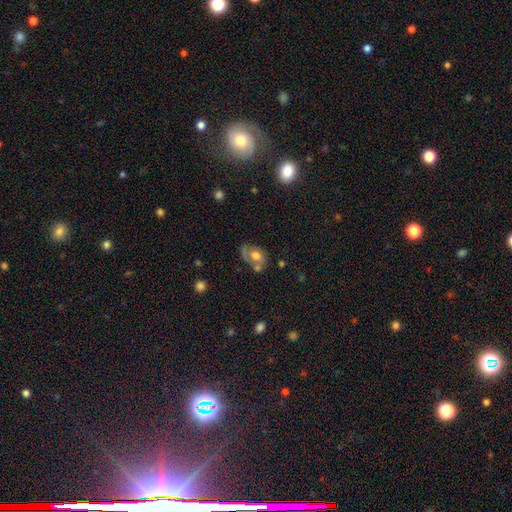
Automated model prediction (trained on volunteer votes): smooth 54%, featured or disk 38%, star or artifact 8%. Down the decision tree: how rounded — in between (81%); merging — none (41%).